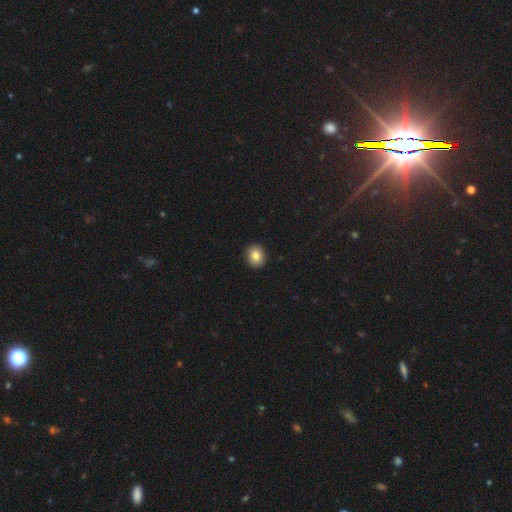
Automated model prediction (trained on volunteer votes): smooth_or_featured: smooth (p=0.83) [alt: star or artifact p=0.09]
how_rounded: round (p=0.70) [alt: in between p=0.29]
merging: none (p=0.92) [alt: minor disturbance p=0.05]